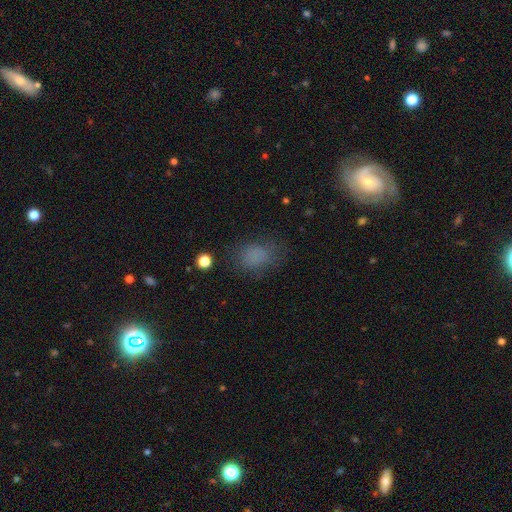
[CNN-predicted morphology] The model was most divided on "how rounded": in between: 67%, round: 31%, cigar-shaped: 2%. More confident: smooth or featured — smooth (76%); merging — none (68%).